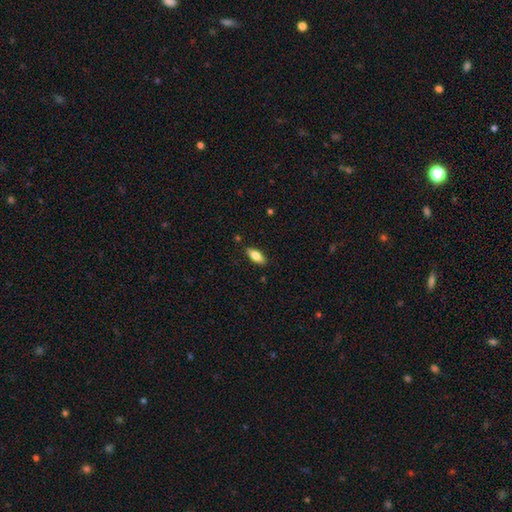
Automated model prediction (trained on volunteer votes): This is likely a smooth galaxy (74%). How rounded: likely in between (75%). Merging: clearly none (87%).